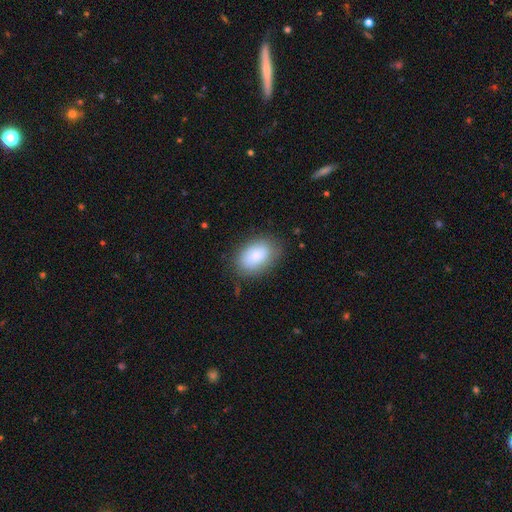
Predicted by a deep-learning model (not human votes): Q: Smooth or featured?
A: smooth (83%); runner-up: featured or disk (10%)
Q: How rounded?
A: in between (89%); runner-up: round (9%)
Q: Merging?
A: none (78%); runner-up: minor disturbance (16%)